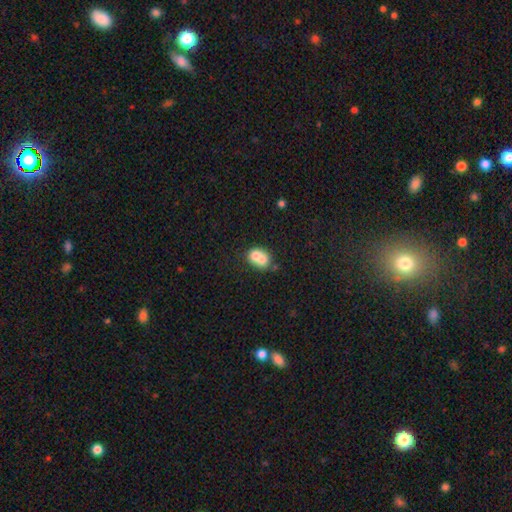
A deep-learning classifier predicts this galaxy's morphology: A smooth galaxy with no disk features (69%) that is round (50%). Merging: merger (65%).